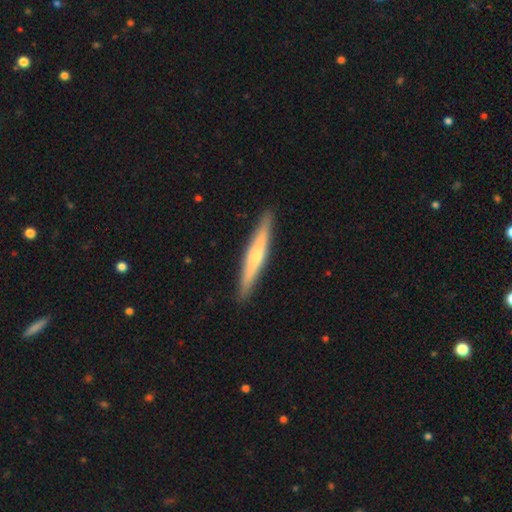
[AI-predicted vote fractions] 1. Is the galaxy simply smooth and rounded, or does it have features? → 50% featured or disk, 45% smooth, 5% star or artifact.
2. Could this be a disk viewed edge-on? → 96% yes, 4% no.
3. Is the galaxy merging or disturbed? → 92% none, 6% minor disturbance, 1% major disturbance, 1% merger.